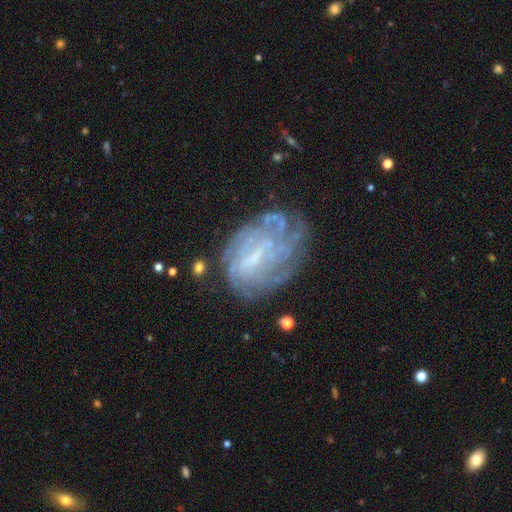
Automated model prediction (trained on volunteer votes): smooth_or_featured: featured or disk (p=0.75) [alt: smooth p=0.15]
disk_edge_on: no (p=0.97) [alt: yes p=0.03]
bar: weak (p=0.52) [alt: no p=0.28]
has_spiral_arms: yes (p=0.72) [alt: no p=0.28]
spiral_winding: tight (p=0.61) [alt: medium p=0.27]
spiral_arm_count: can't tell (p=0.61) [alt: 4 p=0.11]
bulge_size: small (p=0.41) [alt: none p=0.33]
merging: none (p=0.54) [alt: minor disturbance p=0.23]